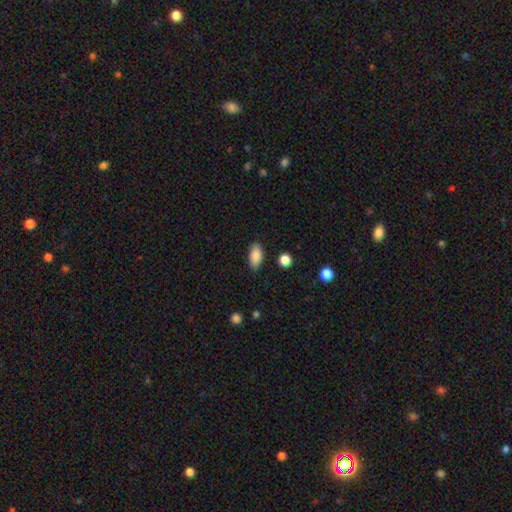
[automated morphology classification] A smooth galaxy with no disk features (87%) that is in between round and cigar-shaped (91%).

Vote fractions:
- Smooth or featured? smooth: 87% / star or artifact: 7% / featured or disk: 5%
- How rounded? in between: 91% / cigar-shaped: 5% / round: 4%
- Merging? none: 84% / minor disturbance: 12% / major disturbance: 3% / merger: 2%